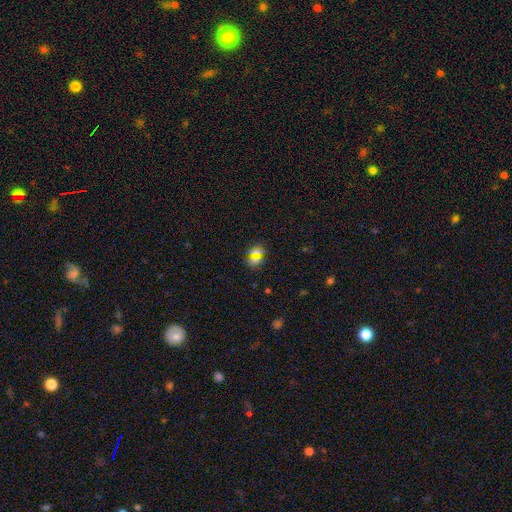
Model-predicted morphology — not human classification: The model was most divided on "how rounded": round: 54%, in between: 40%, cigar-shaped: 5%. More confident: merging — none (60%); smooth or featured — smooth (52%).